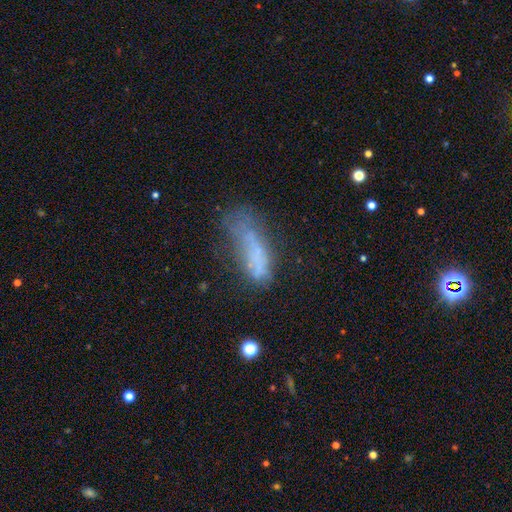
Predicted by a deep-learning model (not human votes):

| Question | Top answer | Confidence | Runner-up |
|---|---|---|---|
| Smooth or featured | smooth | 51% | featured or disk (34%) |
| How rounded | in between | 54% | cigar-shaped (43%) |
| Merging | major disturbance | 36% | none (30%) |